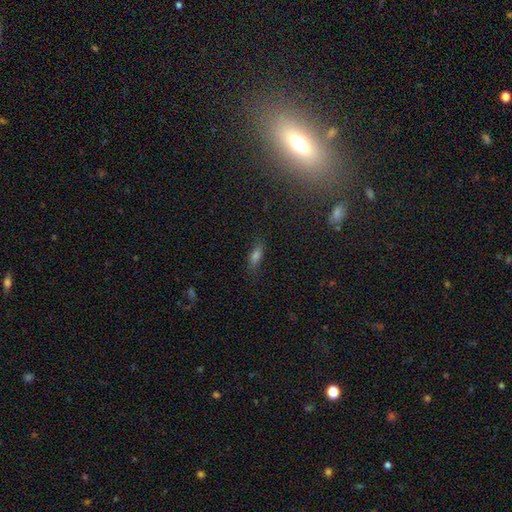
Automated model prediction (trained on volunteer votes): Smooth or featured? Predicted: smooth (p=0.58). How rounded? Predicted: in between (p=0.56). Merging? Predicted: none (p=0.75).